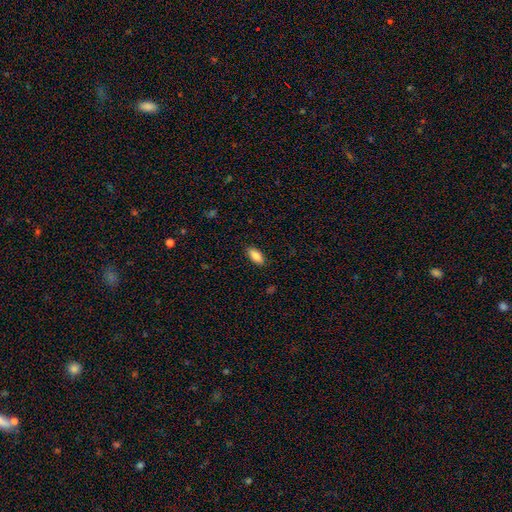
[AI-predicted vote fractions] Morphology: type=smooth (87%); roundness=in between (91%); merging=none (87%).